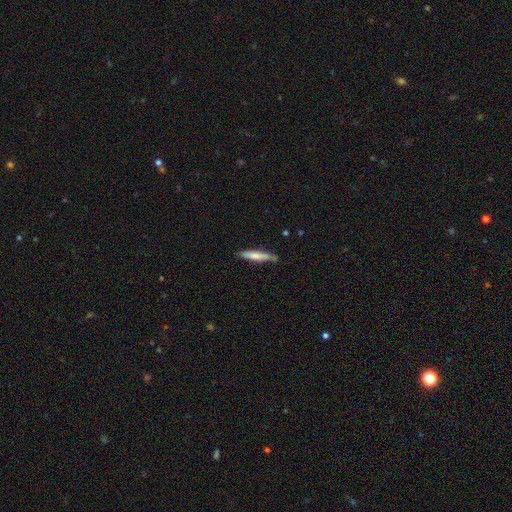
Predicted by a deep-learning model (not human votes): Smooth or featured? Predicted: smooth (p=0.71). How rounded? Predicted: cigar-shaped (p=0.89). Merging? Predicted: none (p=0.75).